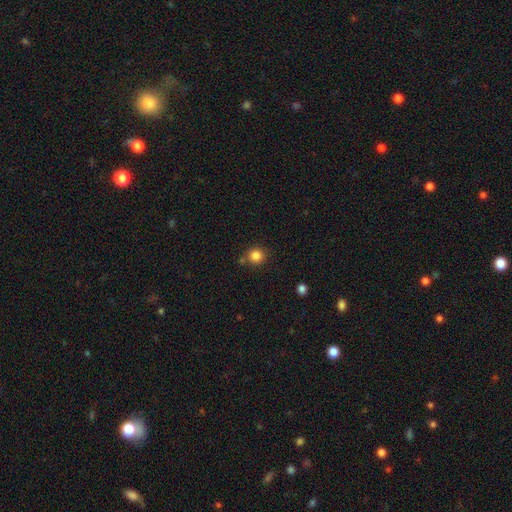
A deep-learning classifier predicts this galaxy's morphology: Smooth or featured? Predicted: smooth (p=0.84). How rounded? Predicted: round (p=0.90). Merging? Predicted: none (p=0.80).